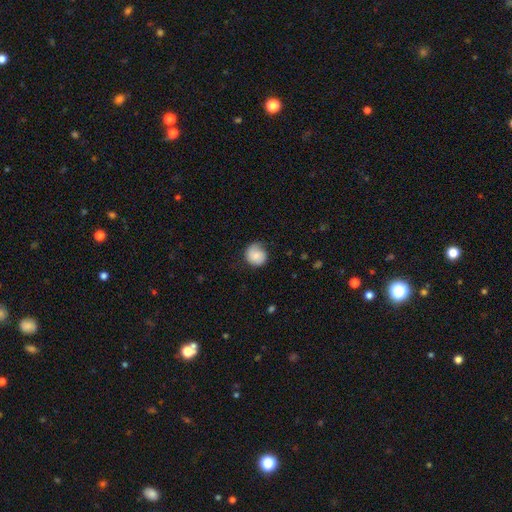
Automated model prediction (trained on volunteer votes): Smooth or featured?
  - smooth: 74% *
  - featured or disk: 19%
  - star or artifact: 7%
How rounded?
  - round: 82% *
  - in between: 17%
  - cigar-shaped: 1%
Merging?
  - none: 61% *
  - minor disturbance: 28%
  - major disturbance: 9%
  - merger: 1%